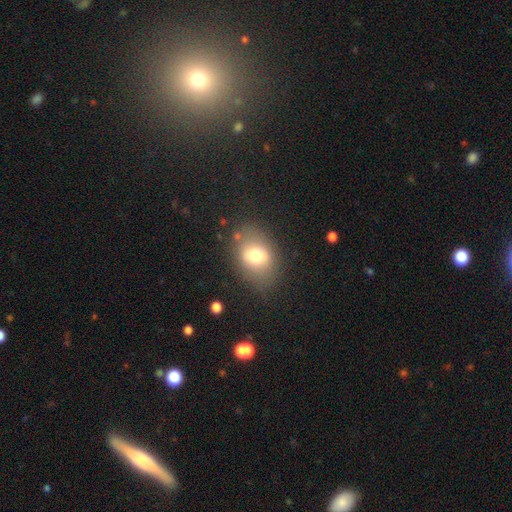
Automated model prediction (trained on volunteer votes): smooth 72%, featured or disk 18%, star or artifact 10%. Down the decision tree: how rounded — in between (70%); merging — none (73%).